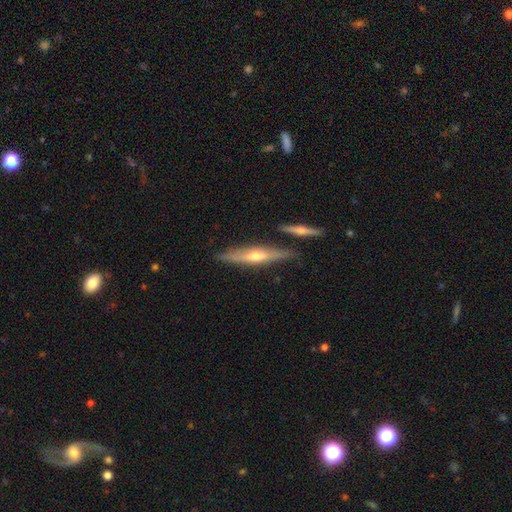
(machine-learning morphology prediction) Overall: featured or disk (66%; smooth 28%). Edge-on disk: yes (93%). Edge-on bulge: rounded (83%). Merging: none (80%).